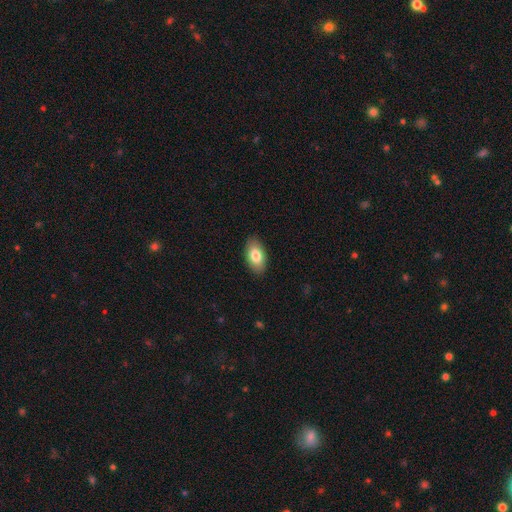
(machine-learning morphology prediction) The model was most divided on "smooth or featured": smooth: 80%, featured or disk: 14%, star or artifact: 6%. More confident: how rounded — in between (94%); merging — none (88%).